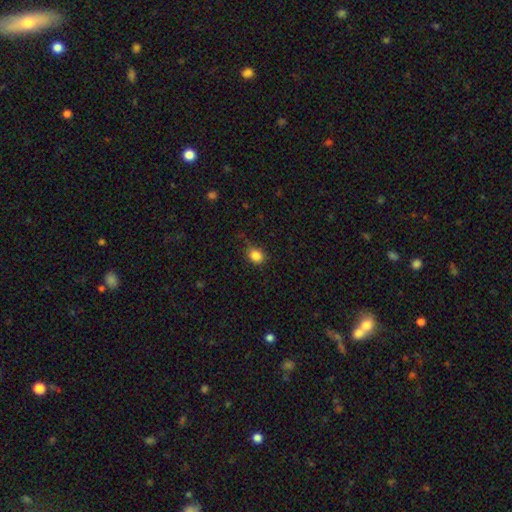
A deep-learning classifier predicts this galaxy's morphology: A smooth galaxy with no disk features (85%) that is round (60%).

Vote fractions:
- Smooth or featured? smooth: 85% / star or artifact: 11% / featured or disk: 4%
- How rounded? round: 60% / in between: 39% / cigar-shaped: 1%
- Merging? none: 76% / minor disturbance: 19% / major disturbance: 4% / merger: 2%